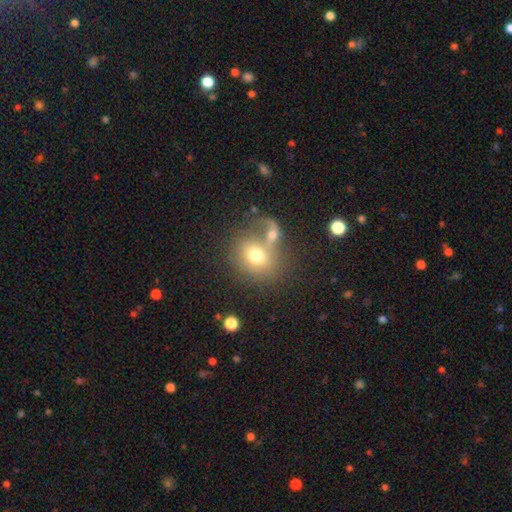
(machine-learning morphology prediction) Smooth or featured? Predicted: smooth (p=0.66). How rounded? Predicted: round (p=0.61). Merging? Predicted: merger (p=0.47).